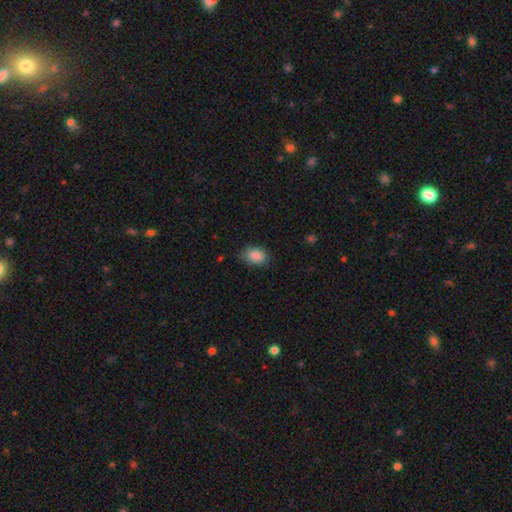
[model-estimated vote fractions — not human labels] Smooth or featured: smooth — 88% (star or artifact — 8%)
How rounded: in between — 81% (round — 18%)
Merging: none — 74% (minor disturbance — 21%)